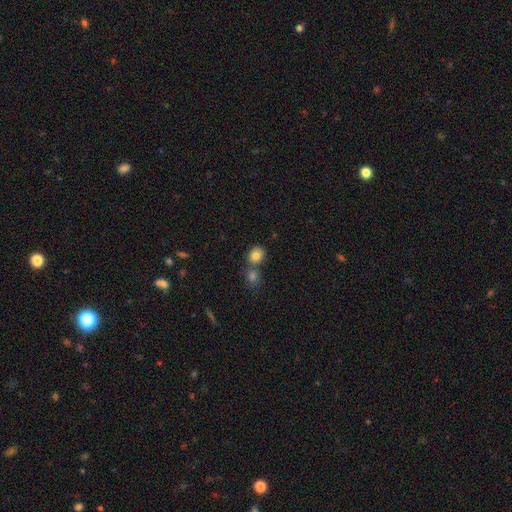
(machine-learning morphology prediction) A smooth galaxy with no disk features (82%) that is round (61%). Merging: none (54%).